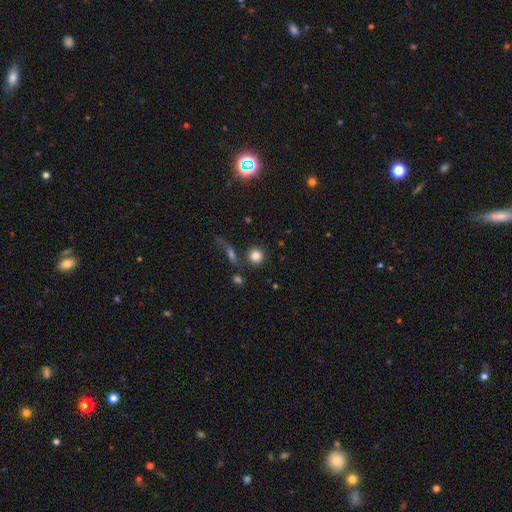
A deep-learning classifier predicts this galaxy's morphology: Smooth or featured? Predicted: smooth (p=0.82). How rounded? Predicted: round (p=0.91). Merging? Predicted: none (p=0.79).